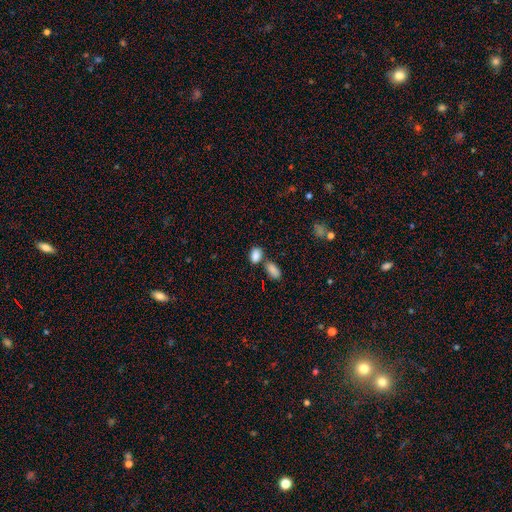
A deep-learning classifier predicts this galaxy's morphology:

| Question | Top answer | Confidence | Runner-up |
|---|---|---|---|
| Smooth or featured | smooth | 86% | star or artifact (9%) |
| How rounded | in between | 88% | round (10%) |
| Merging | none | 53% | merger (31%) |